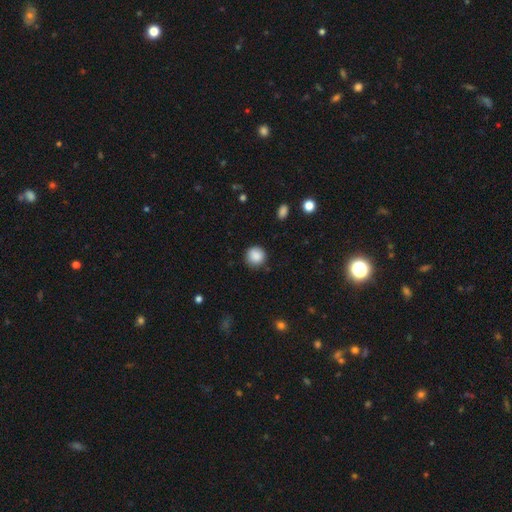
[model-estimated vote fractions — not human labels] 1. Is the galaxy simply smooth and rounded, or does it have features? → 88% smooth, 9% star or artifact, 4% featured or disk.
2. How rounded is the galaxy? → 93% round, 7% in between, 1% cigar-shaped.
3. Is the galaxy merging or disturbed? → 87% none, 9% minor disturbance, 3% major disturbance, 1% merger.